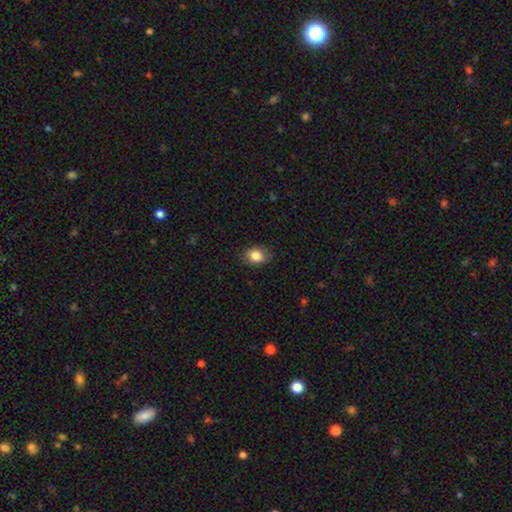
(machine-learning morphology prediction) Q: Smooth or featured?
A: smooth (85%); runner-up: star or artifact (9%)
Q: How rounded?
A: in between (57%); runner-up: round (42%)
Q: Merging?
A: none (85%); runner-up: minor disturbance (12%)